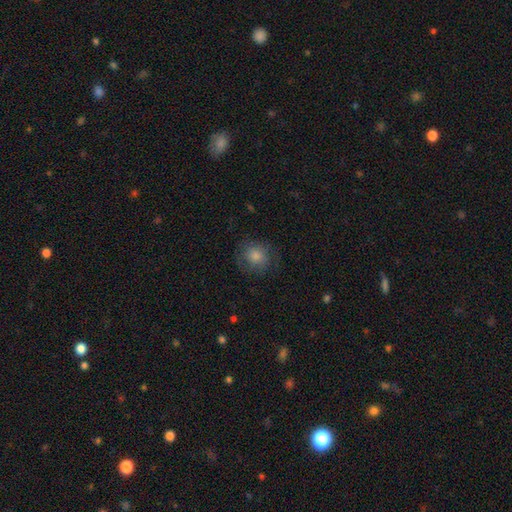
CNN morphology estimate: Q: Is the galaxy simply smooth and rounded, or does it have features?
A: smooth — 67%.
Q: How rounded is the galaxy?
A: round — 81%.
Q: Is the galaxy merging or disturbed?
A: none — 78%.